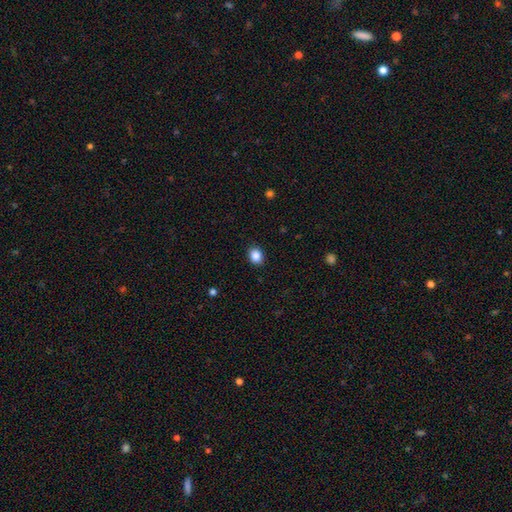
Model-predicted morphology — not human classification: Overall: smooth (87%). How rounded: round (51%; in between 48%). Merging: none (90%).